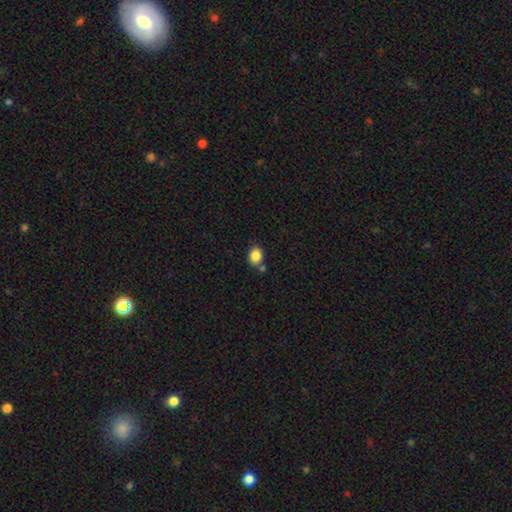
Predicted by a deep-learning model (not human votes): smooth-or-featured: smooth: 86% | star or artifact: 9% | featured or disk: 5%
  how-rounded: in between: 60% | round: 38% | cigar-shaped: 1%
  merging: none: 70% | merger: 14% | minor disturbance: 13% | major disturbance: 3%